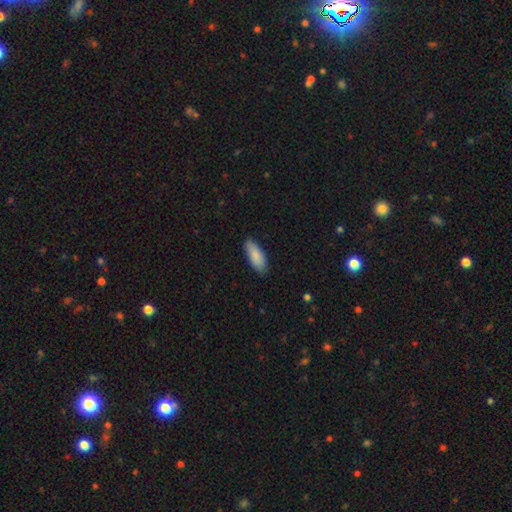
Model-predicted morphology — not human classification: Q: Smooth or featured?
A: smooth (86%); runner-up: featured or disk (8%)
Q: How rounded?
A: in between (78%); runner-up: cigar-shaped (20%)
Q: Merging?
A: none (83%); runner-up: minor disturbance (14%)